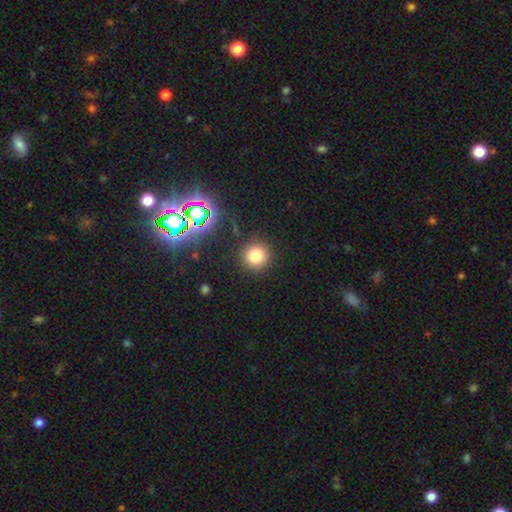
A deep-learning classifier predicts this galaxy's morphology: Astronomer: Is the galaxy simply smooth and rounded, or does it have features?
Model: smooth — 76%.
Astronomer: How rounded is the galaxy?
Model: round — 94%.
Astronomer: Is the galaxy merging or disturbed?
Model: none — 89%.